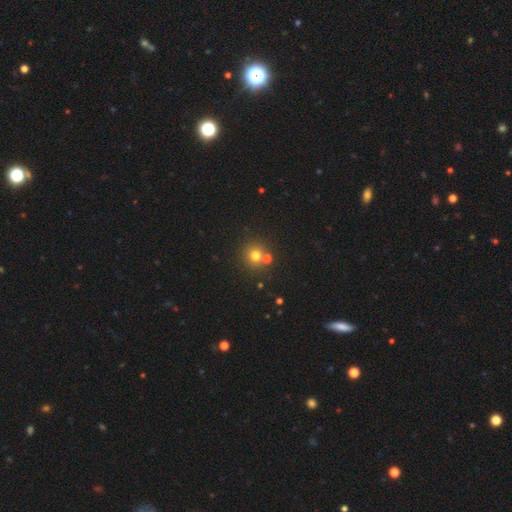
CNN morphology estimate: A smooth galaxy with no disk features (73%) that is round (91%). Merging: none (67%).